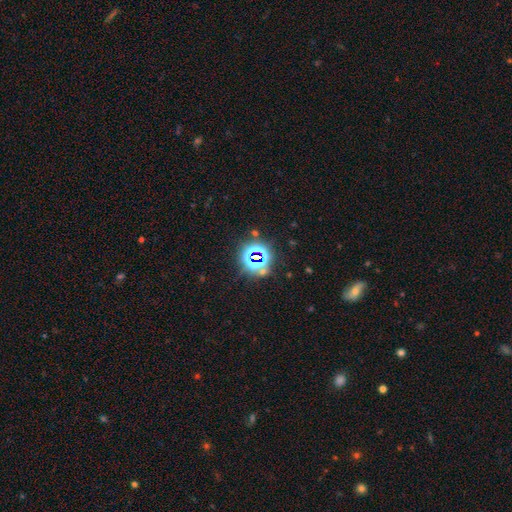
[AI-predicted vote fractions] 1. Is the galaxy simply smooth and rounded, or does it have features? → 74% star or artifact, 17% smooth, 9% featured or disk.